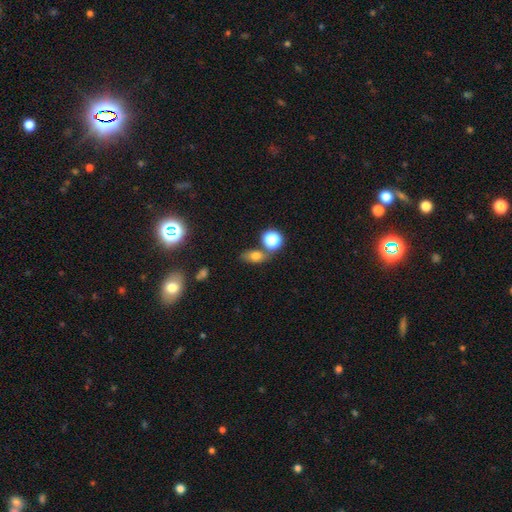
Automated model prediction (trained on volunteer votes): A smooth galaxy with no disk features (71%) that is in between round and cigar-shaped (70%). Merging: none (61%).